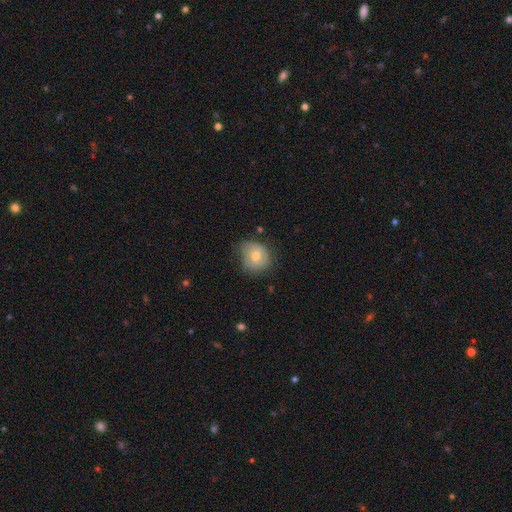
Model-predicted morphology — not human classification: A smooth galaxy with no disk features (66%) that is round (71%). Merging: none (55%).